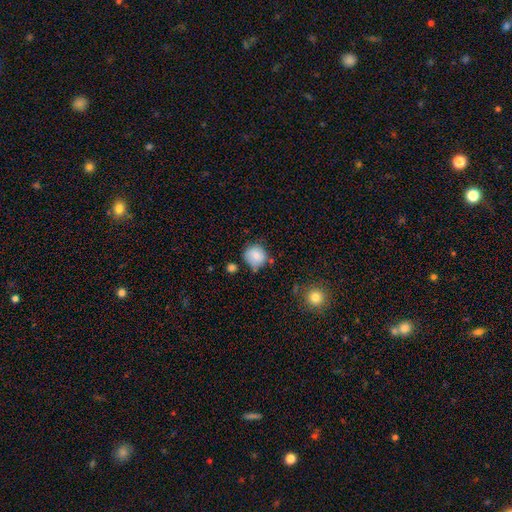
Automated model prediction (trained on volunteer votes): This is clearly a smooth galaxy (80%). How rounded: clearly round (87%). Merging: likely none (62%).